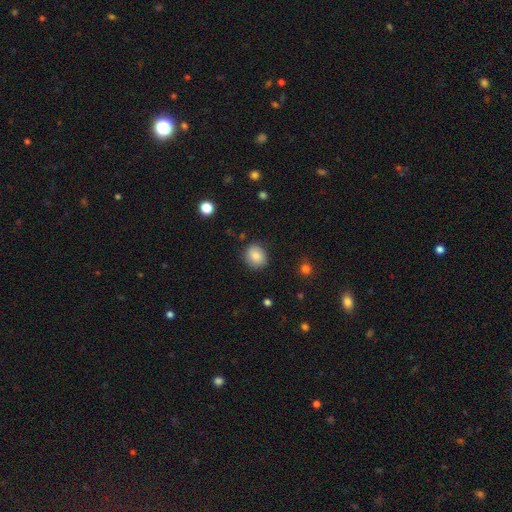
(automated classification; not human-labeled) Q: Smooth or featured?
A: smooth (85%); runner-up: star or artifact (9%)
Q: How rounded?
A: round (69%); runner-up: in between (31%)
Q: Merging?
A: none (84%); runner-up: minor disturbance (11%)